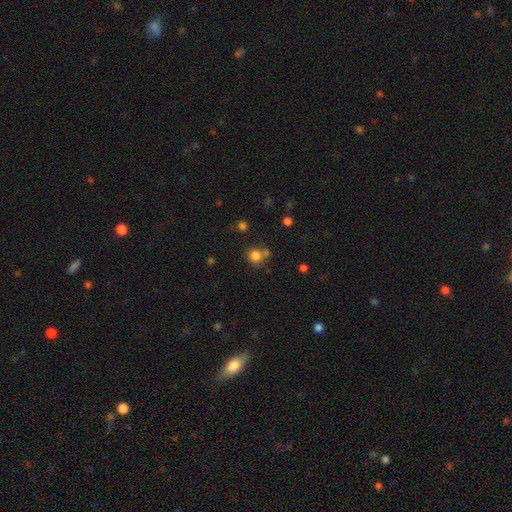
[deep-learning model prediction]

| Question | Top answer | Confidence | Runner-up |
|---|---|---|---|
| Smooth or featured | smooth | 80% | star or artifact (14%) |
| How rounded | round | 88% | in between (11%) |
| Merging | none | 62% | merger (23%) |